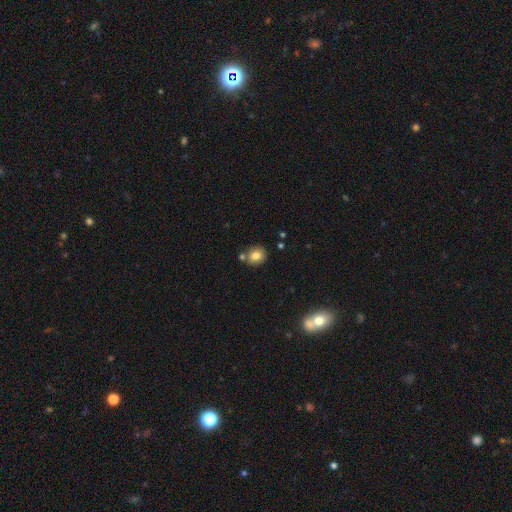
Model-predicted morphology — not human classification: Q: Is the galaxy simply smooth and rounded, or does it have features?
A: smooth — 80%.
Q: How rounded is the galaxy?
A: round — 73%.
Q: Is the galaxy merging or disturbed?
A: none — 72%.